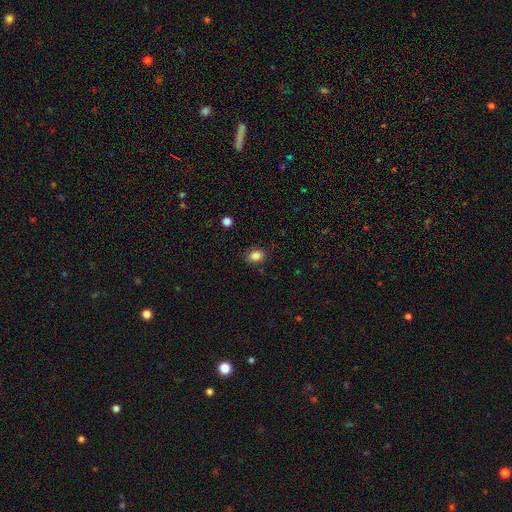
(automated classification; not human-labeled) A smooth galaxy with no disk features (85%) that is in between round and cigar-shaped (63%). Merging: none (81%).